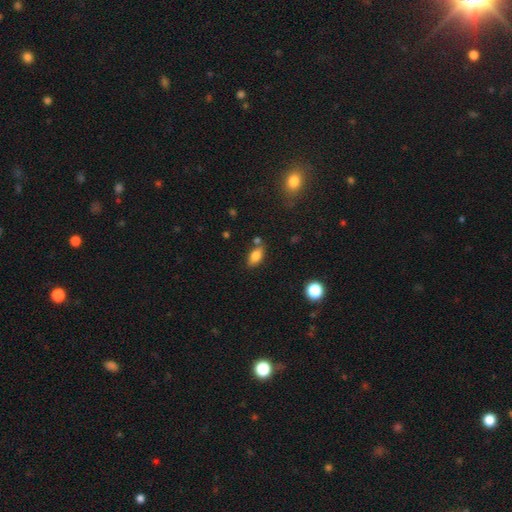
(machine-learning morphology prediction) This is likely a smooth galaxy (79%). How rounded: clearly in between (87%). Merging: likely none (70%).